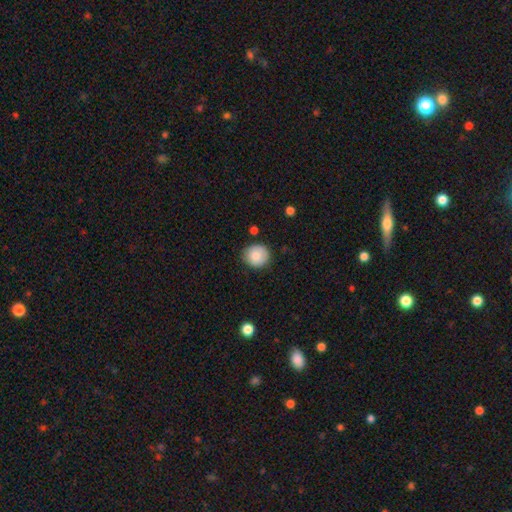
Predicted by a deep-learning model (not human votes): Overall: smooth (84%). How rounded: round (86%). Merging: none (81%).